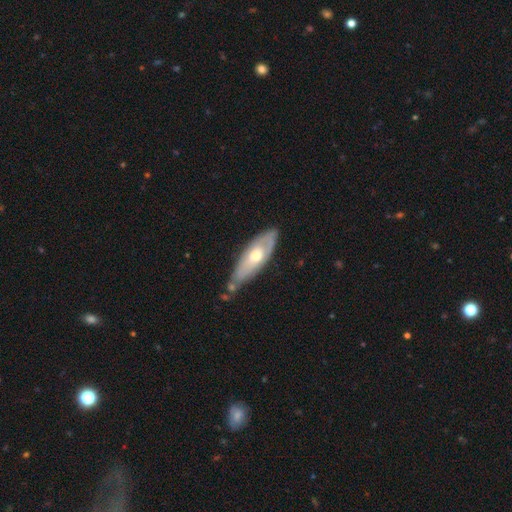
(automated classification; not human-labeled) This appears to be a featured or disk galaxy (56%). Merging: none (65%).